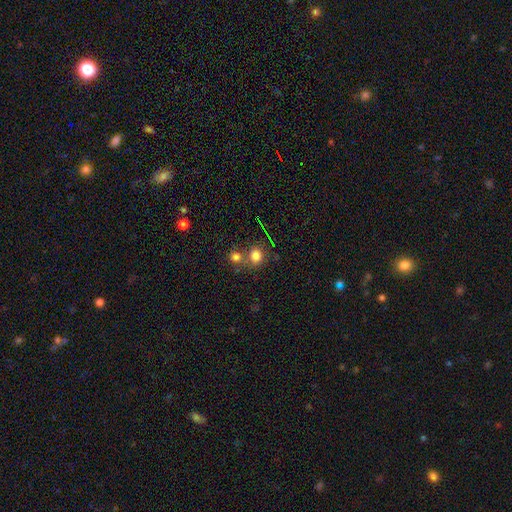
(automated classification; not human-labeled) Q: Smooth or featured?
A: smooth (77%); runner-up: star or artifact (15%)
Q: How rounded?
A: round (78%); runner-up: in between (21%)
Q: Merging?
A: none (57%); runner-up: merger (31%)